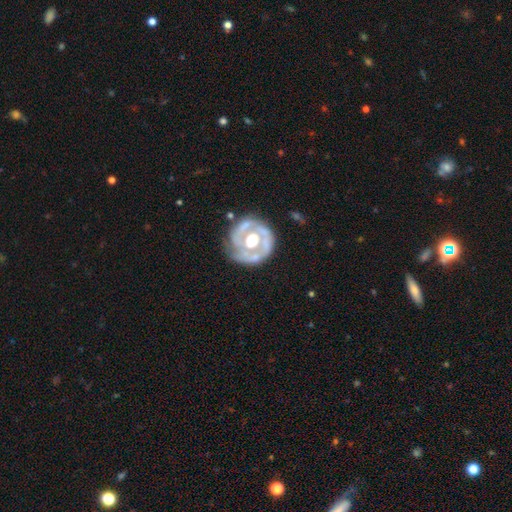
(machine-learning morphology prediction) This appears to be a featured or disk galaxy (77%) with no bar (70%), spiral arms (61%) and a moderate central bulge (63%). Merging: none (67%).